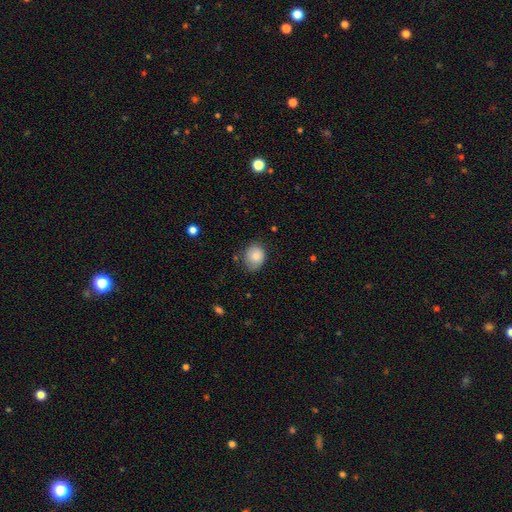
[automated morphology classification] A smooth galaxy with no disk features (81%) that is round (59%).

Vote fractions:
- Smooth or featured? smooth: 81% / featured or disk: 11% / star or artifact: 8%
- How rounded? round: 59% / in between: 40% / cigar-shaped: 1%
- Merging? none: 67% / minor disturbance: 25% / major disturbance: 6% / merger: 2%